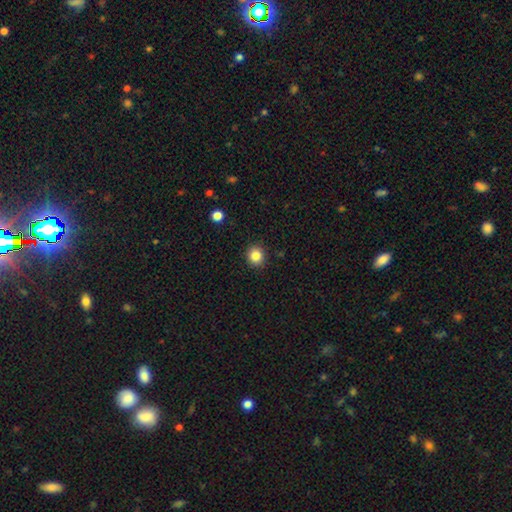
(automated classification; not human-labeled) A smooth galaxy with no disk features (85%) that is round (87%).

Vote fractions:
- Smooth or featured? smooth: 85% / star or artifact: 11% / featured or disk: 5%
- How rounded? round: 87% / in between: 12% / cigar-shaped: 1%
- Merging? none: 91% / minor disturbance: 6% / major disturbance: 2% / merger: 1%